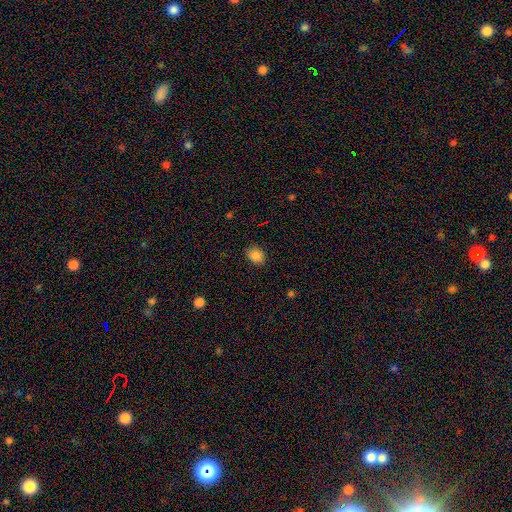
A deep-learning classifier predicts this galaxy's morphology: This is clearly a smooth galaxy (87%). How rounded: possibly in between (54%). Merging: clearly none (87%).